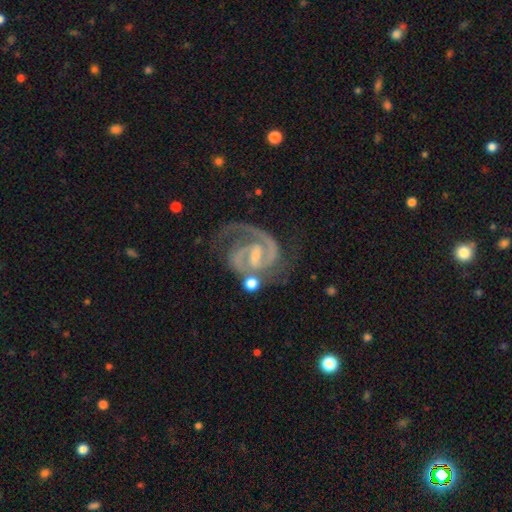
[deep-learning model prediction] Q: Smooth or featured?
A: featured or disk (93%); runner-up: star or artifact (5%)
Q: Edge-on disk?
A: no (98%); runner-up: yes (2%)
Q: Bar?
A: weak (53%); runner-up: strong (28%)
Q: Spiral arms?
A: yes (99%); runner-up: no (1%)
Q: Spiral winding?
A: medium (50%); runner-up: tight (44%)
Q: Spiral arm count?
A: 2 (88%); runner-up: 3 (4%)
Q: Bulge size?
A: small (55%); runner-up: moderate (27%)
Q: Merging?
A: none (62%); runner-up: minor disturbance (19%)